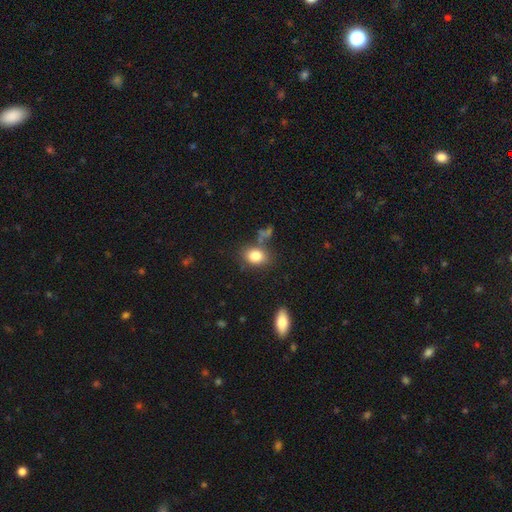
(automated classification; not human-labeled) smooth 83%, star or artifact 9%, featured or disk 8%. Down the decision tree: how rounded — in between (61%); merging — none (69%).